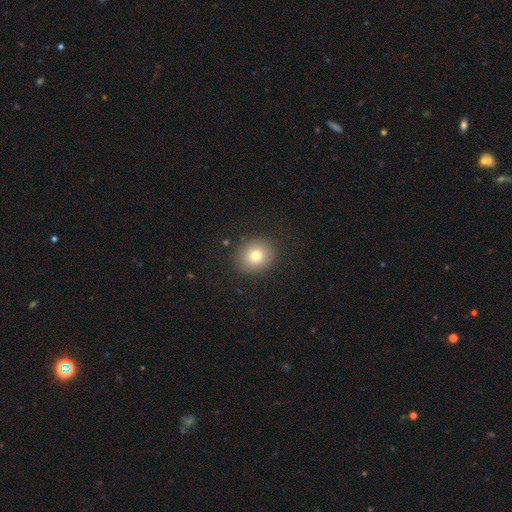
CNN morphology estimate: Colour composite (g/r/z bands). It shows a smooth galaxy with no disk features (78%) that is round (81%). Merging: none (88%).